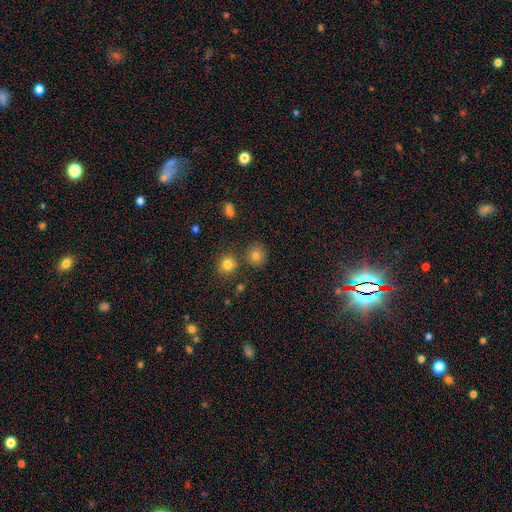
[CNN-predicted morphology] Overall: smooth (77%). How rounded: round (85%). Merging: none (77%).